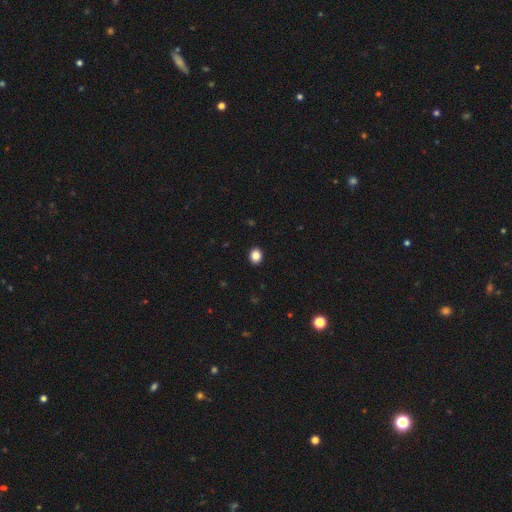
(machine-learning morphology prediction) Overall: smooth (86%). How rounded: round (58%; in between 41%). Merging: none (92%).